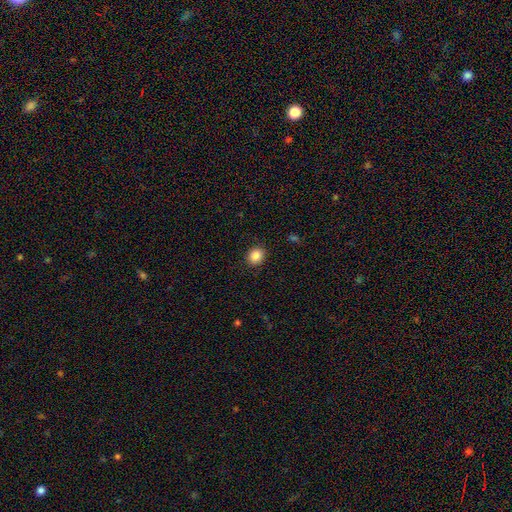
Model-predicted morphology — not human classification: Smooth or featured?
  - smooth: 87% *
  - star or artifact: 9%
  - featured or disk: 4%
How rounded?
  - round: 66% *
  - in between: 33%
  - cigar-shaped: 1%
Merging?
  - none: 89% *
  - minor disturbance: 8%
  - major disturbance: 2%
  - merger: 1%